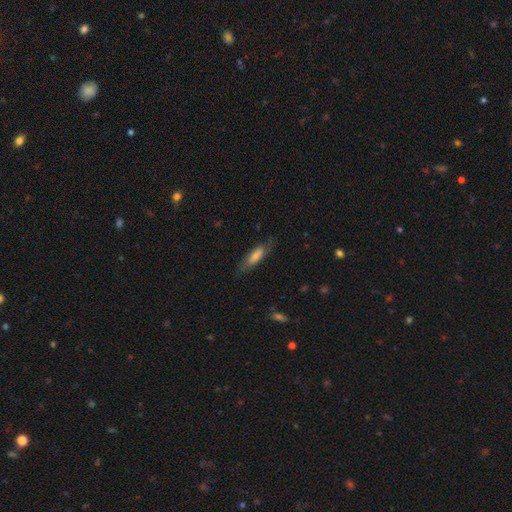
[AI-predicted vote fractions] The model was most divided on "how rounded": cigar-shaped: 63%, in between: 35%, round: 2%. More confident: merging — none (76%); smooth or featured — smooth (63%).